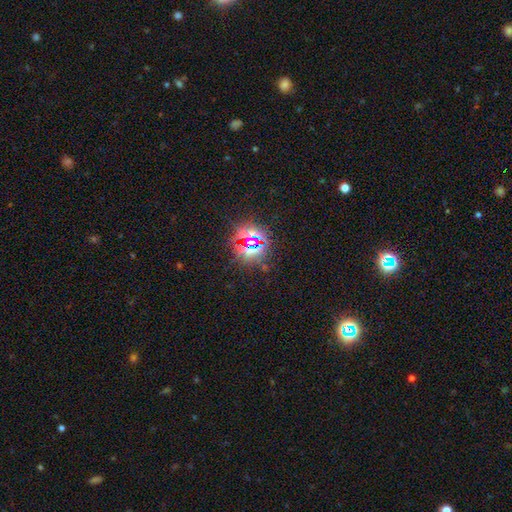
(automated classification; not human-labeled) Morphology: type=star or artifact (80%).